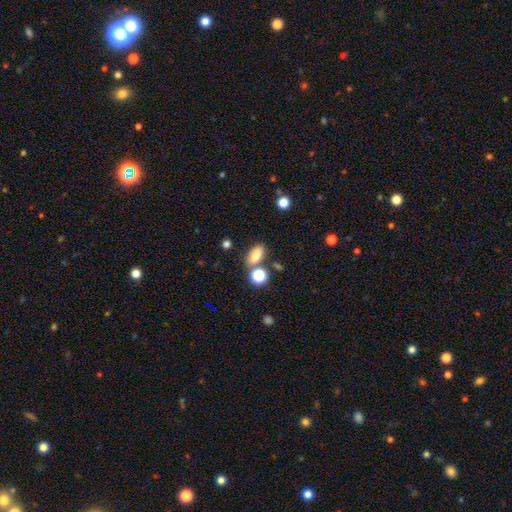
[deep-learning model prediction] Smooth or featured: smooth — 76% (star or artifact — 13%)
How rounded: in between — 81% (round — 13%)
Merging: none — 70% (merger — 15%)